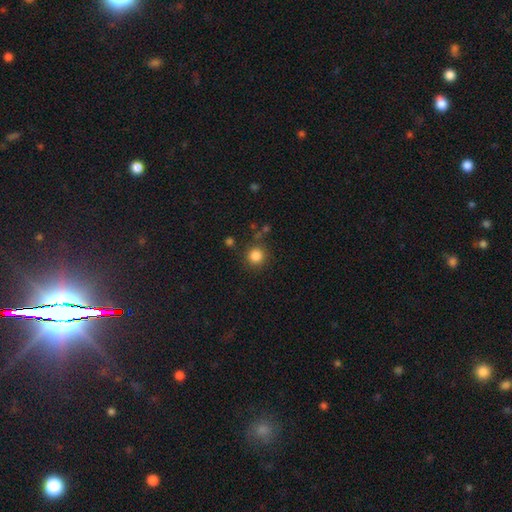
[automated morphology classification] Smooth or featured?
  - smooth: 84% *
  - star or artifact: 12%
  - featured or disk: 4%
How rounded?
  - round: 94% *
  - in between: 5%
  - cigar-shaped: 1%
Merging?
  - none: 84% *
  - minor disturbance: 9%
  - merger: 4%
  - major disturbance: 3%